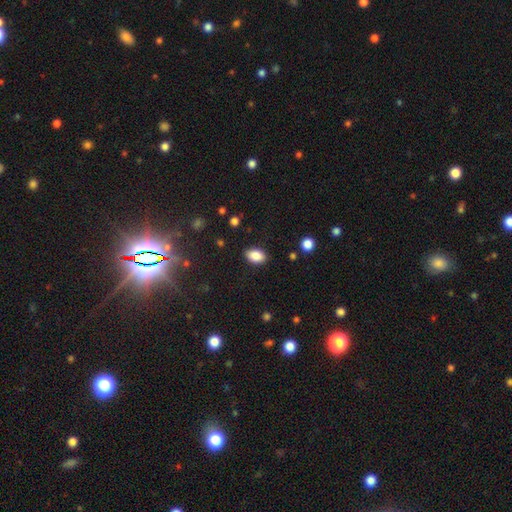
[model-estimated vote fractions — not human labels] Smooth or featured? smooth (86%)
How rounded? in between (89%)
Merging? none (87%)